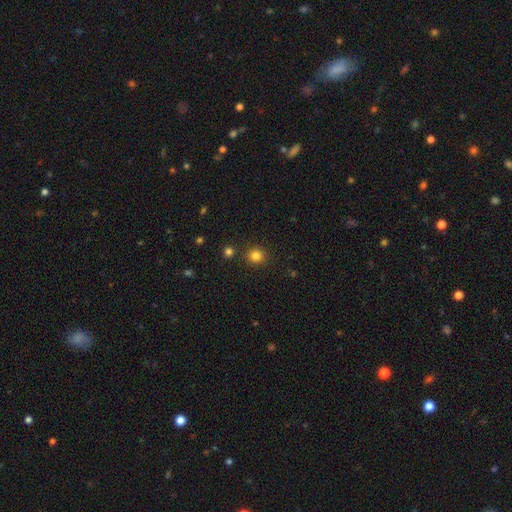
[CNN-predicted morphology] Overall: smooth (82%). How rounded: round (90%). Merging: none (89%).